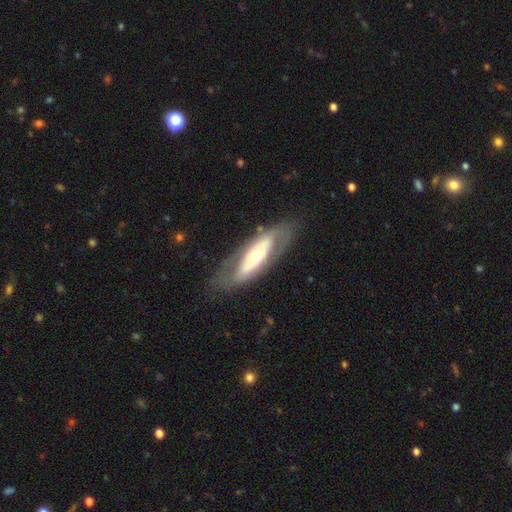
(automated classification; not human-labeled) Smooth or featured? Predicted: featured or disk (p=0.65). Edge-on disk? Predicted: no (p=0.77). Bar? Predicted: no (p=0.66). Spiral arms? Predicted: no (p=0.65). Bulge size? Predicted: moderate (p=0.61). Merging? Predicted: none (p=0.73).